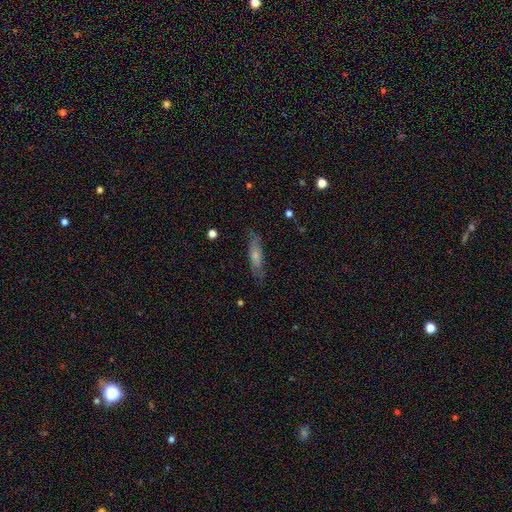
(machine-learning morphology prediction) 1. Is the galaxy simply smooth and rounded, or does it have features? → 59% smooth, 34% featured or disk, 7% star or artifact.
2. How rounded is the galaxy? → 70% cigar-shaped, 28% in between, 2% round.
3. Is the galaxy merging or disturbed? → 78% none, 17% minor disturbance, 4% major disturbance, 1% merger.